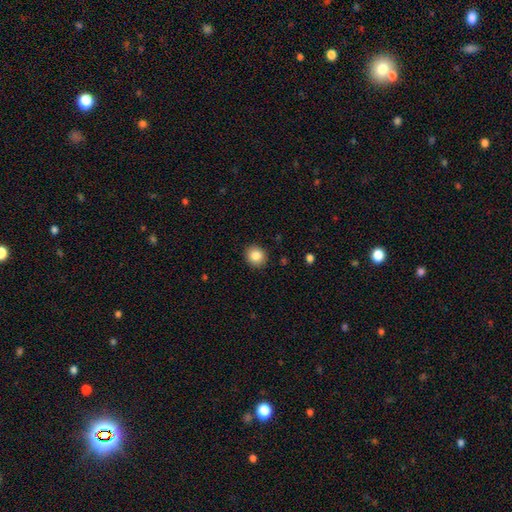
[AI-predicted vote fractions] A smooth galaxy with no disk features (85%) that is round (85%).

Vote fractions:
- Smooth or featured? smooth: 85% / star or artifact: 9% / featured or disk: 6%
- How rounded? round: 85% / in between: 15% / cigar-shaped: 1%
- Merging? none: 91% / minor disturbance: 6% / major disturbance: 2% / merger: 1%